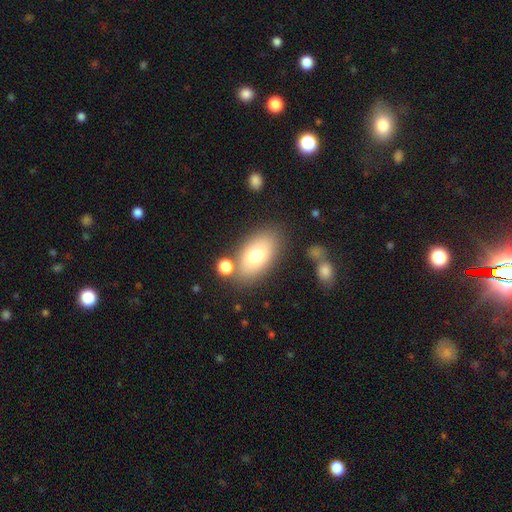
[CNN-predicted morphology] This is likely a smooth galaxy (73%). How rounded: clearly in between (91%). Merging: likely none (75%).